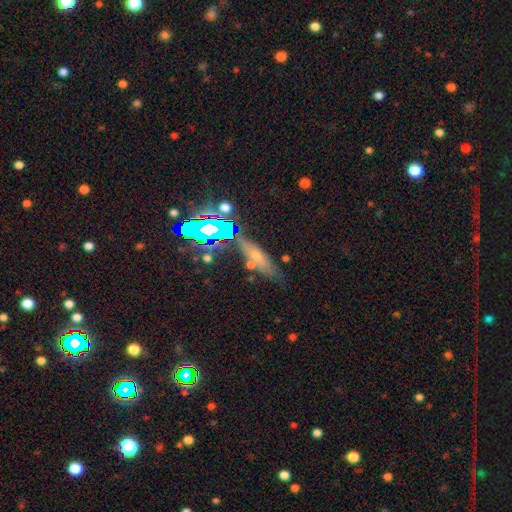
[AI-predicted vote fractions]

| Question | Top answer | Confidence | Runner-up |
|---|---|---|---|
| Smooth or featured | smooth | 36% | star or artifact (34%) |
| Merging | none | 71% | minor disturbance (16%) |